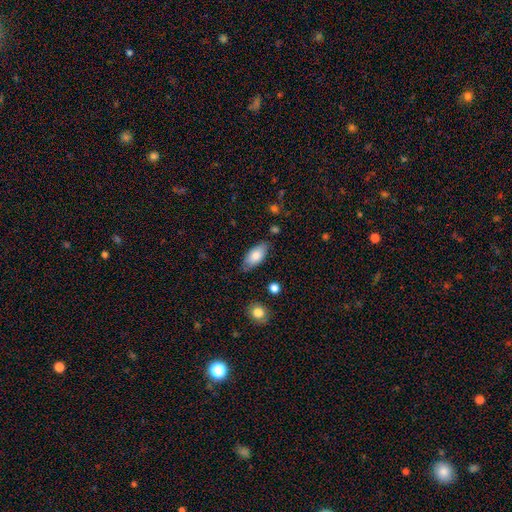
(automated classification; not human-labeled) The model was most divided on "merging": none: 77%, minor disturbance: 17%, major disturbance: 3%, merger: 2%. More confident: how rounded — in between (91%); smooth or featured — smooth (79%).